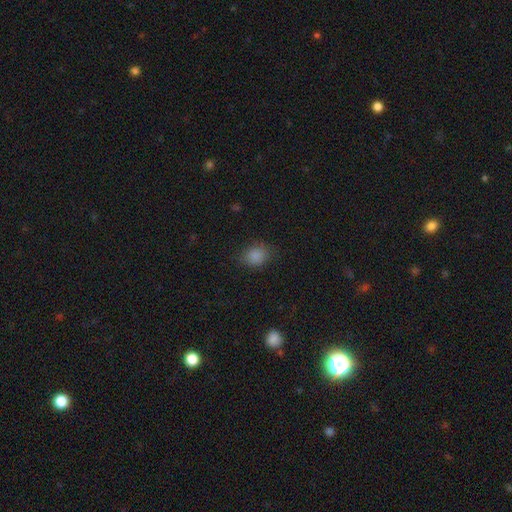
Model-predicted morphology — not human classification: Smooth or featured? smooth (85%)
How rounded? in between (50%)
Merging? none (79%)